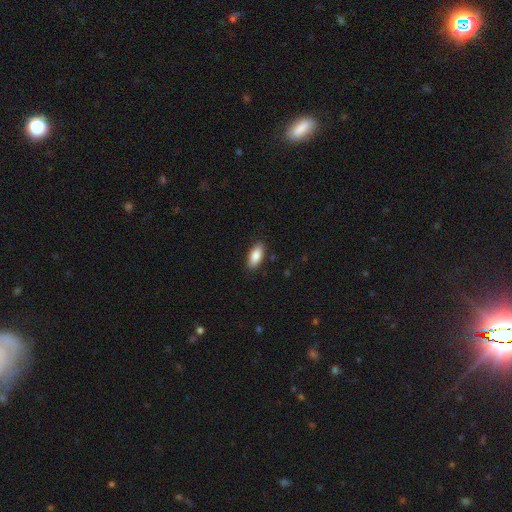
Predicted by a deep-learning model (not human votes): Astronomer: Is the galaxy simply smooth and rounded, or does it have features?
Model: smooth — 86%.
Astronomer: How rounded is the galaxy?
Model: in between — 88%.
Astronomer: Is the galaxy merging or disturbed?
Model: none — 88%.